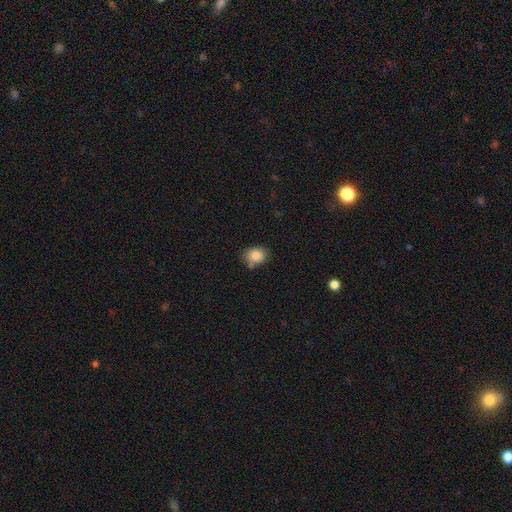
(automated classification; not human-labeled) The model was most divided on "how rounded": in between: 52%, round: 47%, cigar-shaped: 1%. More confident: smooth or featured — smooth (86%); merging — none (66%).